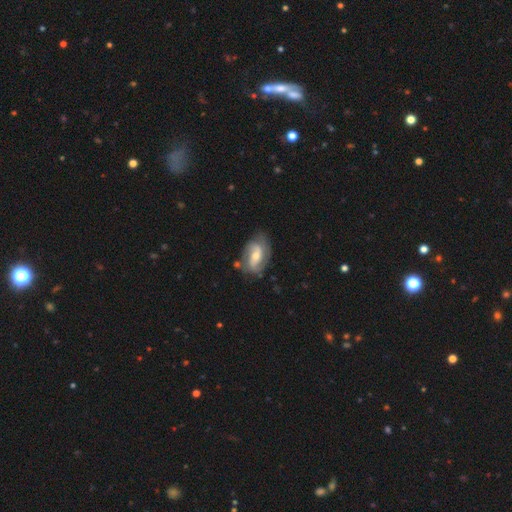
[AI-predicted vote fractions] featured or disk 77%, smooth 17%, star or artifact 5%. Down the decision tree: edge-on disk — no (96%); bar — weak (43%); spiral arms — yes (90%); spiral arm count — 2 (79%); spiral winding — medium (45%); bulge size — moderate (57%); merging — none (65%).